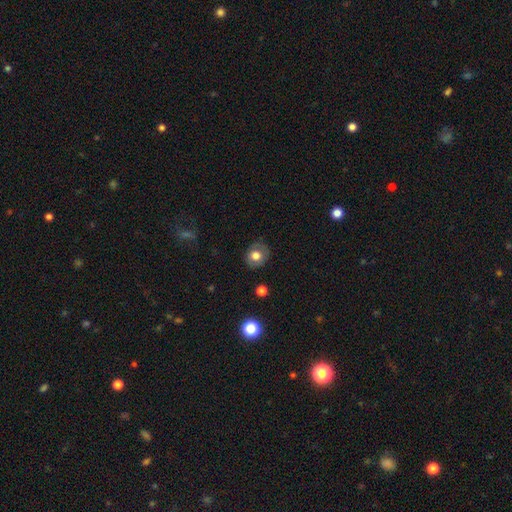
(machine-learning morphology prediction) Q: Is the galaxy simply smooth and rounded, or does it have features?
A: smooth — 69%.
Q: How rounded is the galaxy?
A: round — 71%.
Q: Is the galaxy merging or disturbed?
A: none — 80%.